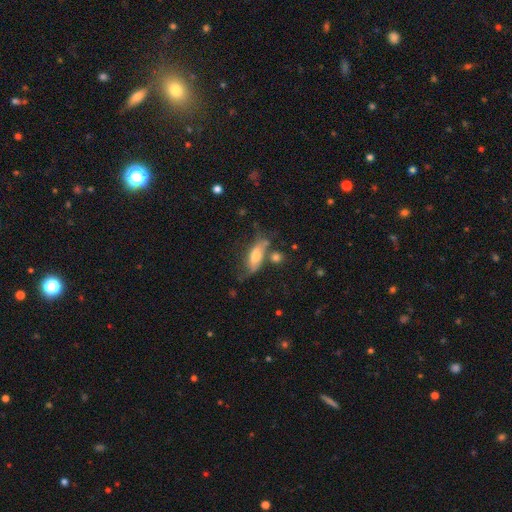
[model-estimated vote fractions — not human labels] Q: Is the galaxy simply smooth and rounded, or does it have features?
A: smooth — 54%.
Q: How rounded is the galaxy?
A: in between — 63%.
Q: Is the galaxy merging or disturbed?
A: none — 44%.